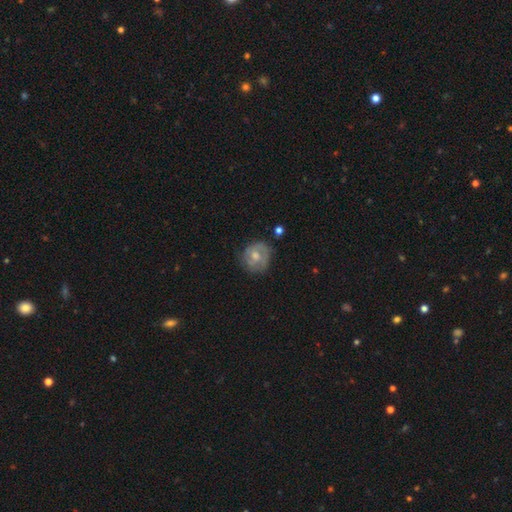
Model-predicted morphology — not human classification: smooth_or_featured: featured or disk (p=0.53) [alt: smooth p=0.40]
disk_edge_on: no (p=0.97) [alt: yes p=0.03]
bar: no (p=0.69) [alt: weak p=0.27]
has_spiral_arms: yes (p=0.66) [alt: no p=0.34]
bulge_size: moderate (p=0.63) [alt: small p=0.24]
merging: none (p=0.62) [alt: minor disturbance p=0.25]